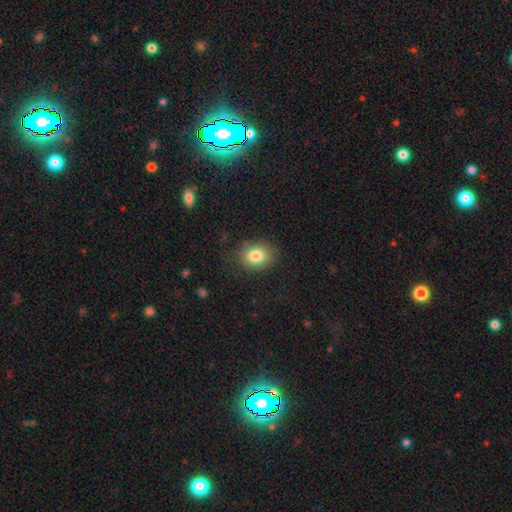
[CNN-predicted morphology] A smooth galaxy with no disk features (82%) that is in between round and cigar-shaped (56%). Merging: none (78%).